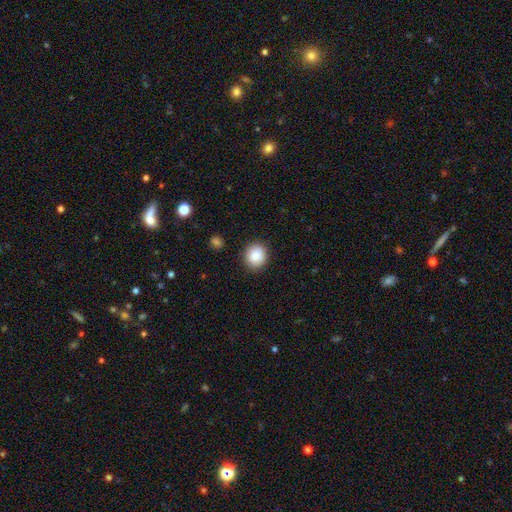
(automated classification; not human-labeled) Overall: smooth (85%). How rounded: round (81%). Merging: none (89%).